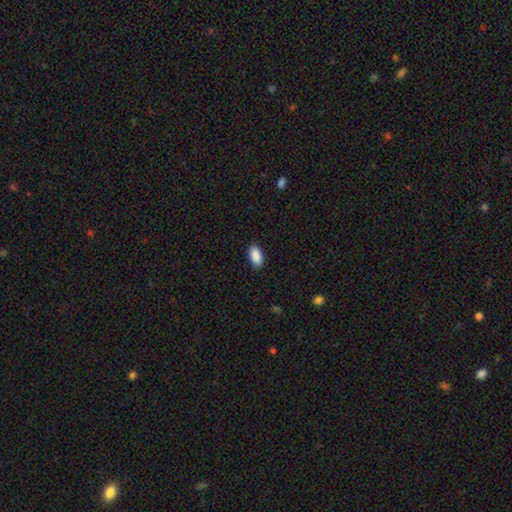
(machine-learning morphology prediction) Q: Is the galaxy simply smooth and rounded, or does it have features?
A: smooth — 90%.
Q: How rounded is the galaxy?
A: in between — 92%.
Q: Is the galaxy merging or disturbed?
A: none — 89%.